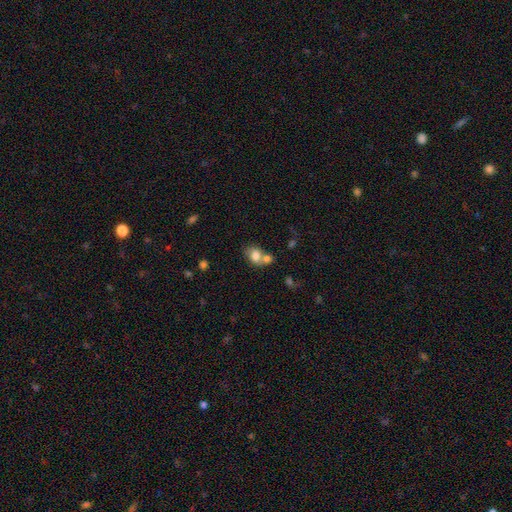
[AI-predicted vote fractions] smooth_or_featured: smooth (p=0.76) [alt: featured or disk p=0.14]
how_rounded: in between (p=0.54) [alt: round p=0.45]
merging: merger (p=0.51) [alt: none p=0.34]